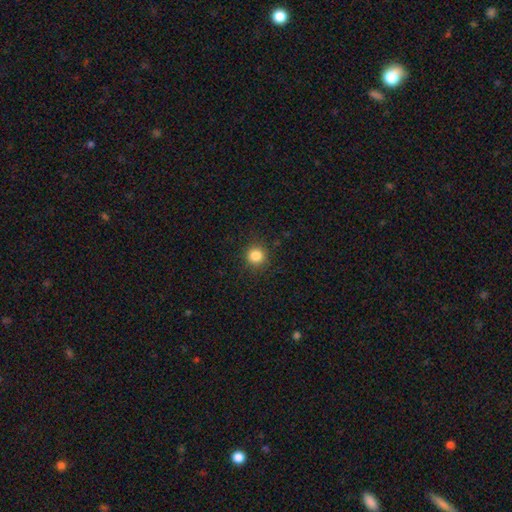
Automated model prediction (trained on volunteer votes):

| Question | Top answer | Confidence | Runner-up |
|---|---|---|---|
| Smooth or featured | smooth | 84% | star or artifact (11%) |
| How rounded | round | 93% | in between (7%) |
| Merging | none | 89% | minor disturbance (7%) |